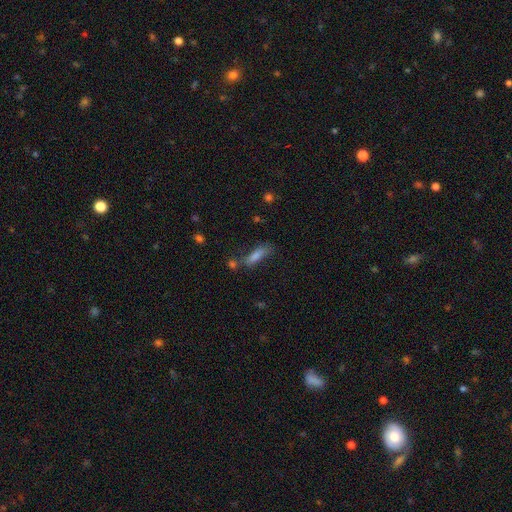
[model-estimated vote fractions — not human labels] smooth 70%, featured or disk 17%, star or artifact 13%. Down the decision tree: how rounded — cigar-shaped (64%); merging — none (59%).